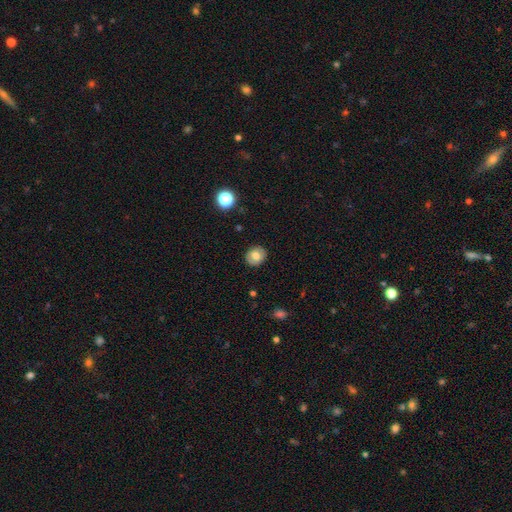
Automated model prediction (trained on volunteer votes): Overall: smooth (68%). How rounded: round (76%). Merging: none (88%).